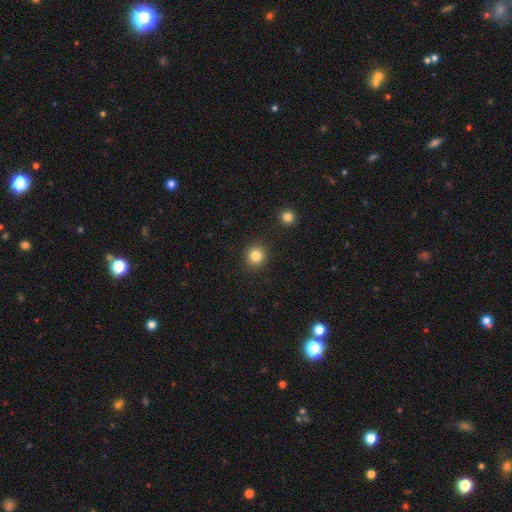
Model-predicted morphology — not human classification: Smooth or featured? Predicted: smooth (p=0.83). How rounded? Predicted: round (p=0.92). Merging? Predicted: none (p=0.91).